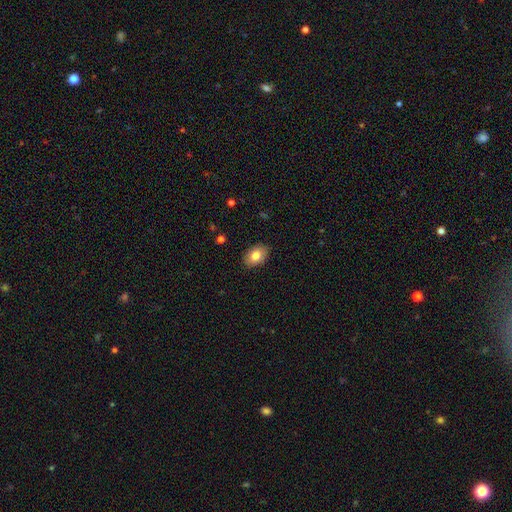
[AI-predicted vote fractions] Smooth or featured: smooth — 81% (featured or disk — 11%)
How rounded: in between — 83% (round — 16%)
Merging: none — 88% (minor disturbance — 9%)